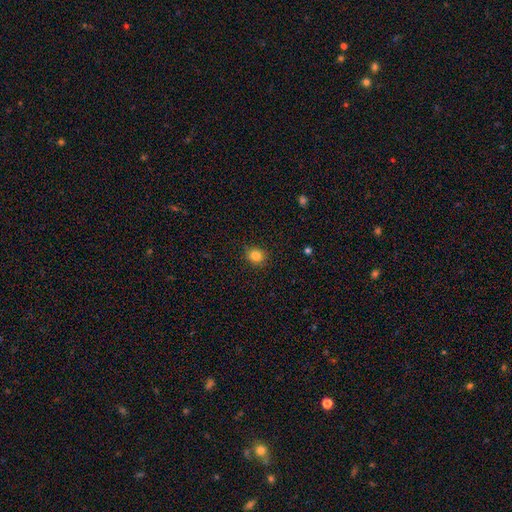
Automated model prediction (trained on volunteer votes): Smooth or featured?
  - smooth: 84% *
  - star or artifact: 11%
  - featured or disk: 5%
How rounded?
  - round: 81% *
  - in between: 18%
  - cigar-shaped: 1%
Merging?
  - none: 89% *
  - minor disturbance: 8%
  - major disturbance: 2%
  - merger: 1%